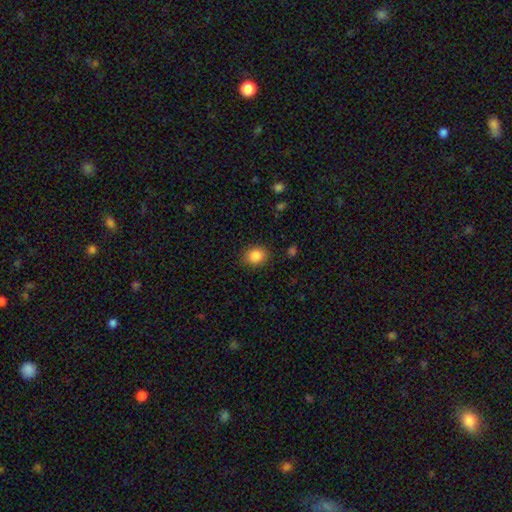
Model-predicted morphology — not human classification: Q: Smooth or featured?
A: smooth (87%); runner-up: star or artifact (9%)
Q: How rounded?
A: round (58%); runner-up: in between (41%)
Q: Merging?
A: none (87%); runner-up: minor disturbance (9%)